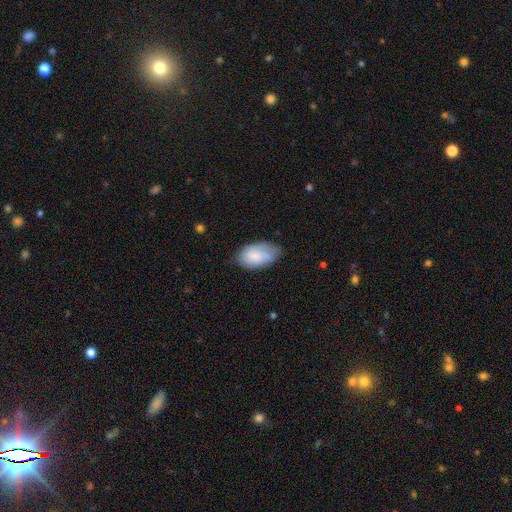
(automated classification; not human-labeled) This appears to be a smooth galaxy with no disk features (77%) that is in between round and cigar-shaped (94%). Merging: none (67%).